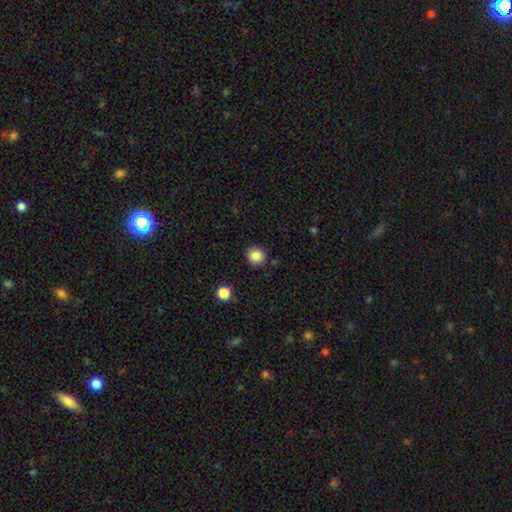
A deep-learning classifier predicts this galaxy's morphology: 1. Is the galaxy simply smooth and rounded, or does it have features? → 86% smooth, 10% star or artifact, 4% featured or disk.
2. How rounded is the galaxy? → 91% round, 8% in between, 1% cigar-shaped.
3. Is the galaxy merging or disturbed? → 88% none, 8% minor disturbance, 2% major disturbance, 2% merger.